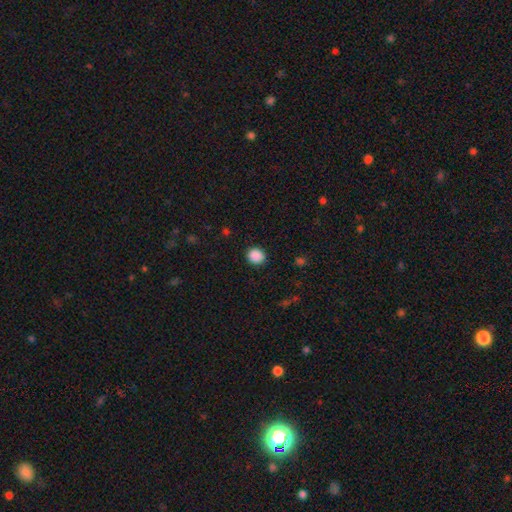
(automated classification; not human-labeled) Smooth or featured? smooth (89%)
How rounded? round (80%)
Merging? none (91%)